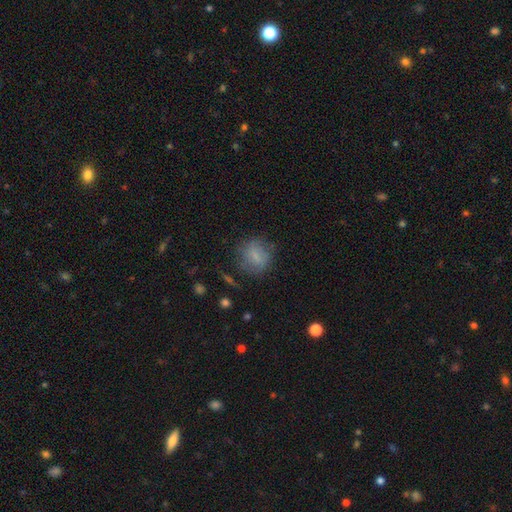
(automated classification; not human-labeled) smooth 69%, featured or disk 22%, star or artifact 9%. Down the decision tree: how rounded — round (71%); merging — none (70%).